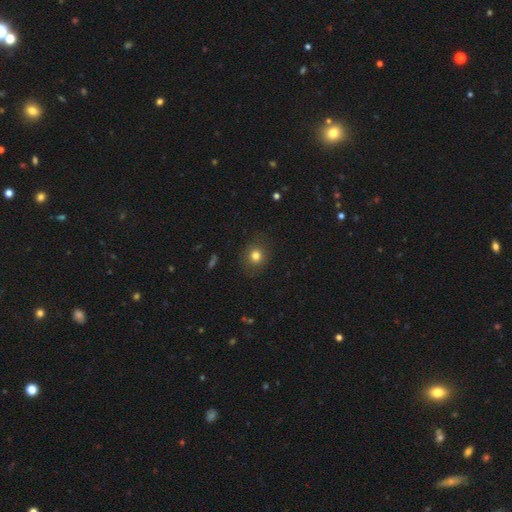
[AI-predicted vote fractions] This appears to be a smooth galaxy with no disk features (79%) that is round (78%). Merging: none (84%).